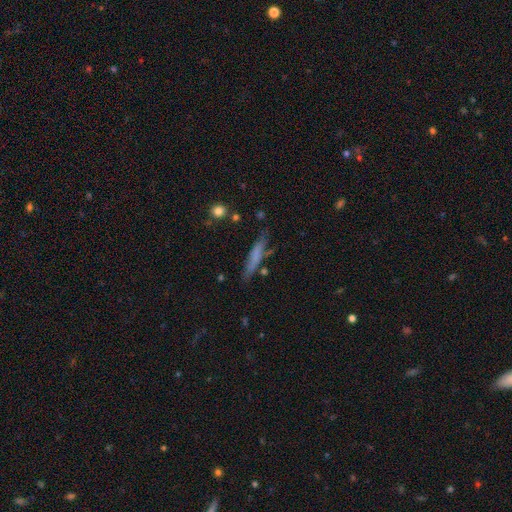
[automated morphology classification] smooth-or-featured: smooth: 60% | featured or disk: 32% | star or artifact: 8%
  how-rounded: cigar-shaped: 88% | in between: 10% | round: 2%
  merging: none: 71% | minor disturbance: 19% | merger: 5% | major disturbance: 5%